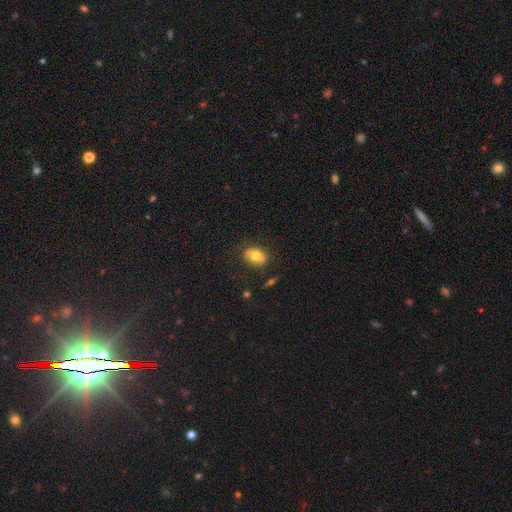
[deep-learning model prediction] Smooth or featured: smooth — 74% (featured or disk — 18%)
How rounded: in between — 73% (round — 26%)
Merging: none — 80% (minor disturbance — 14%)